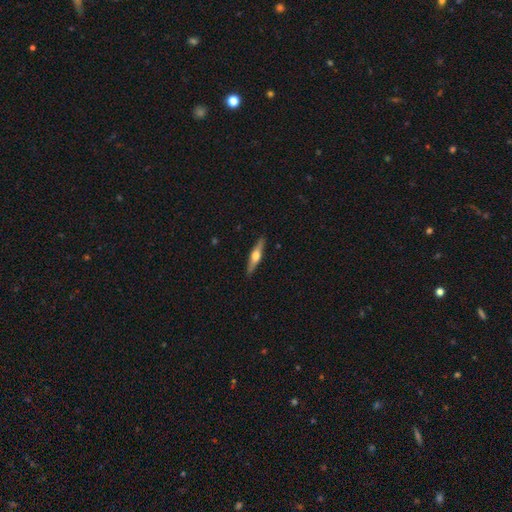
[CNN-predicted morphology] Smooth or featured? Predicted: featured or disk (p=0.63). Edge-on disk? Predicted: yes (p=0.96). Edge-on bulge? Predicted: rounded (p=0.94). Merging? Predicted: none (p=0.91).